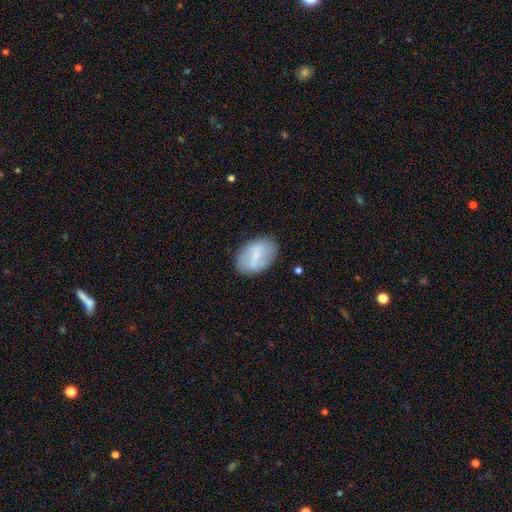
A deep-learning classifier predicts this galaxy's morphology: A smooth galaxy with no disk features (60%) that is in between round and cigar-shaped (87%). Merging: none (78%).